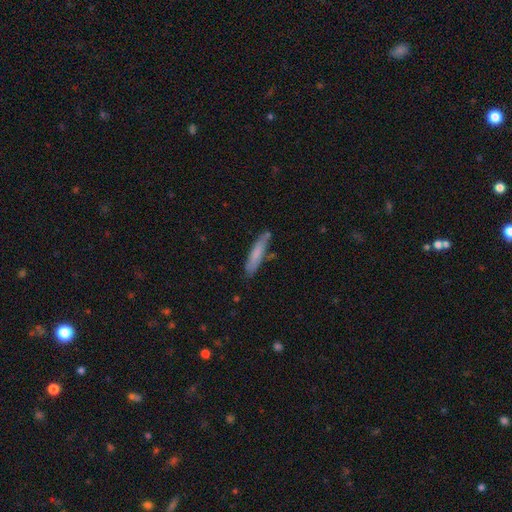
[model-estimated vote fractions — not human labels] This appears to be a smooth galaxy with no disk features (69%) that is cigar-shaped (88%). Merging: none (80%).